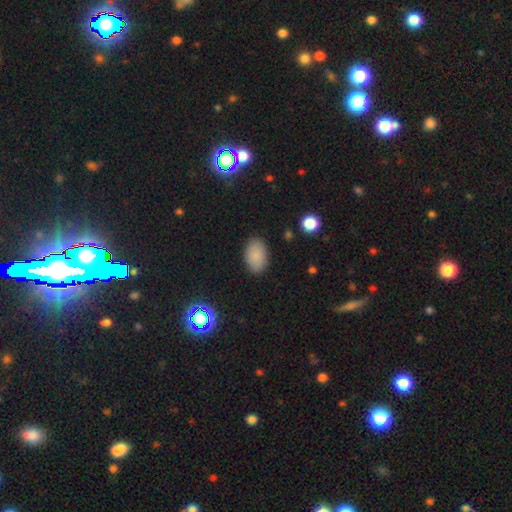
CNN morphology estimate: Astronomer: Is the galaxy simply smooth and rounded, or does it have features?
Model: smooth — 86%.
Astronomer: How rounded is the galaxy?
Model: in between — 92%.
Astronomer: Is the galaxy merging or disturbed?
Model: none — 86%.